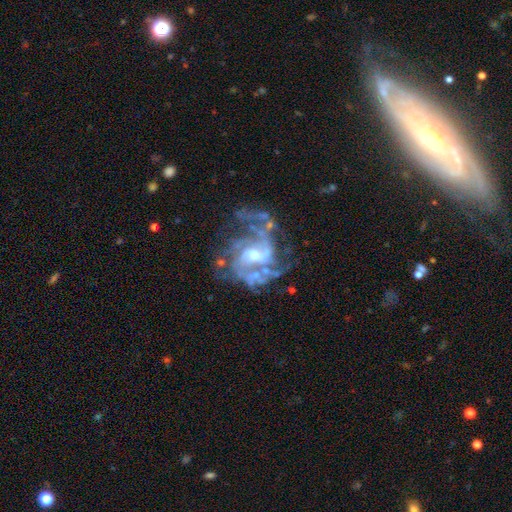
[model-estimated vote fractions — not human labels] Q: Smooth or featured?
A: featured or disk (90%); runner-up: star or artifact (7%)
Q: Edge-on disk?
A: no (98%); runner-up: yes (2%)
Q: Bar?
A: weak (46%); runner-up: no (36%)
Q: Spiral arms?
A: yes (97%); runner-up: no (3%)
Q: Spiral winding?
A: medium (50%); runner-up: tight (32%)
Q: Spiral arm count?
A: 2 (42%); runner-up: 3 (22%)
Q: Bulge size?
A: moderate (48%); runner-up: small (46%)
Q: Merging?
A: none (53%); runner-up: major disturbance (22%)